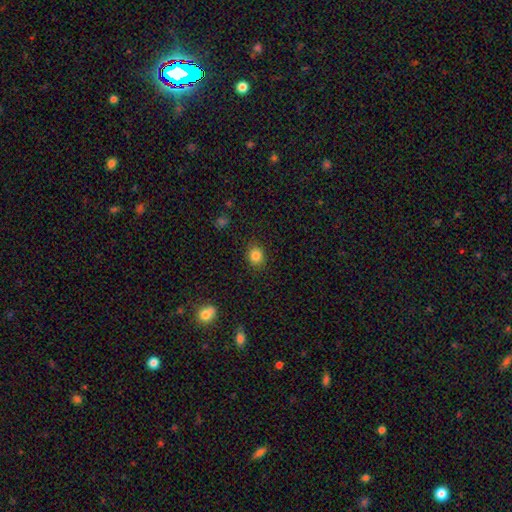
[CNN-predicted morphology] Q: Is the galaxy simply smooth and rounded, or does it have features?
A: smooth — 84%.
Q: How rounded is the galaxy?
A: round — 70%.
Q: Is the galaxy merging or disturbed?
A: none — 87%.